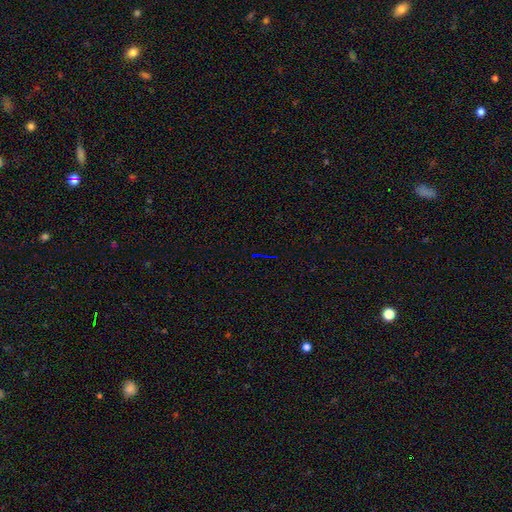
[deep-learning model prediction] A star or artifact, not a galaxy (75%).

Vote fractions:
- Smooth or featured? star or artifact: 75% / smooth: 14% / featured or disk: 11%